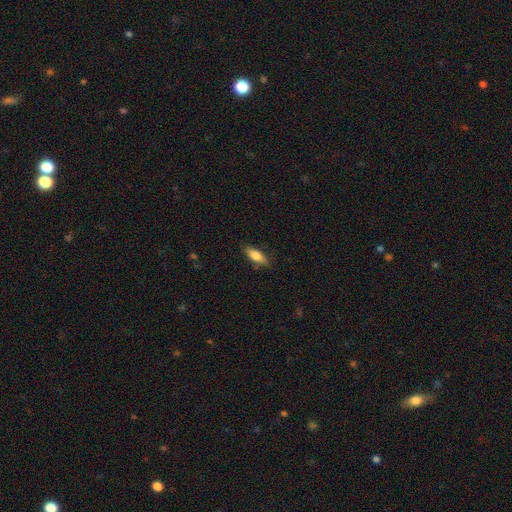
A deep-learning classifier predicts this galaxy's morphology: This appears to be a smooth galaxy with no disk features (77%) that is in between round and cigar-shaped (65%). Merging: none (83%).